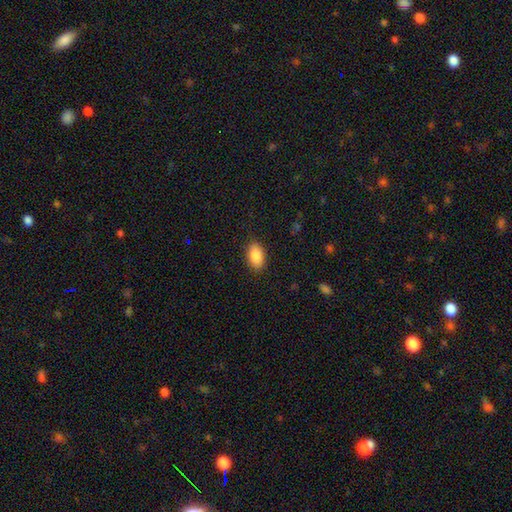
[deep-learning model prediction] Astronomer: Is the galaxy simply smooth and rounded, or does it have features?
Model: smooth — 87%.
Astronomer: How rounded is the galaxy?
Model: in between — 92%.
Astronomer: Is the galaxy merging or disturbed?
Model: none — 88%.